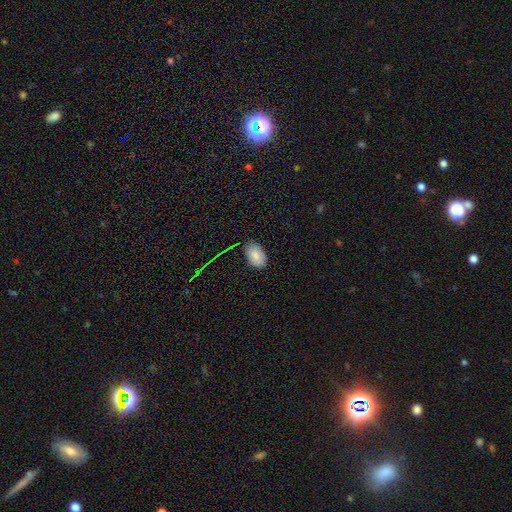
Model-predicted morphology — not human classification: smooth-or-featured: smooth: 83% | star or artifact: 9% | featured or disk: 8%
  how-rounded: in between: 92% | round: 6% | cigar-shaped: 1%
  merging: none: 81% | minor disturbance: 15% | major disturbance: 3% | merger: 2%